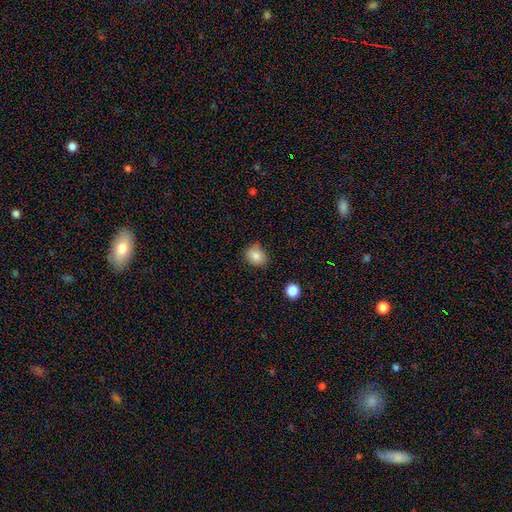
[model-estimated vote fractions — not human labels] Smooth or featured?
  - smooth: 84% *
  - star or artifact: 10%
  - featured or disk: 6%
How rounded?
  - round: 57% *
  - in between: 42%
  - cigar-shaped: 1%
Merging?
  - none: 74% *
  - minor disturbance: 20%
  - major disturbance: 3%
  - merger: 2%